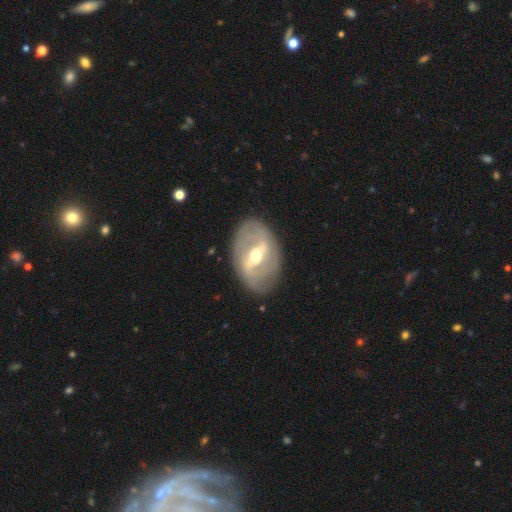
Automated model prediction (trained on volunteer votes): Morphology: type=featured or disk (81%); edge-on=no (92%); bar=strong (63%); spiral arms=yes (65%); bulge=moderate (70%); merging=none (81%).